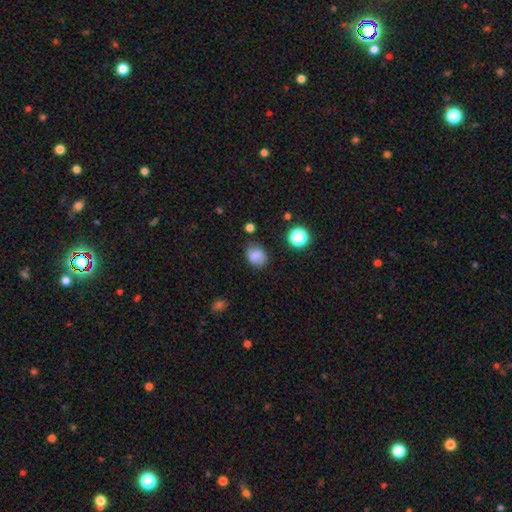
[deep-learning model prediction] This is likely a smooth galaxy (75%). How rounded: possibly in between (50%). Merging: likely none (69%).